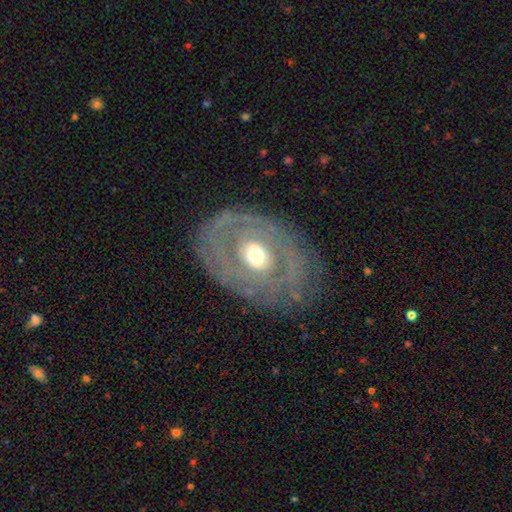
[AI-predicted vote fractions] This is likely a featured or disk galaxy (71%). It is clearly not viewed edge-on (94%). Bar: likely no (74%). Spiral arm pattern: possibly no (54%). Central bulge: likely moderate (65%). Merging: likely none (73%).